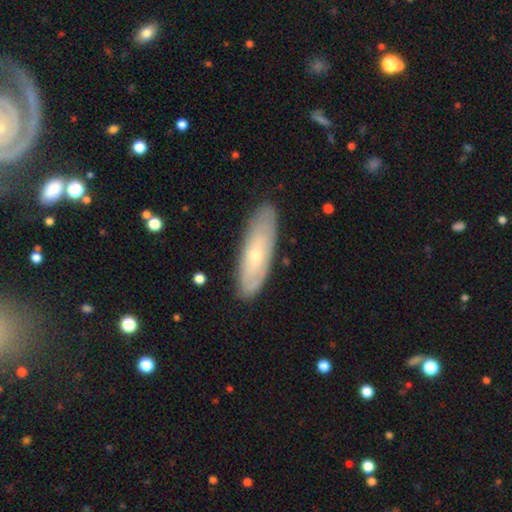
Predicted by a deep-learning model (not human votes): The model was most divided on "how rounded": in between: 54%, cigar-shaped: 44%, round: 2%. More confident: merging — none (83%); smooth or featured — smooth (53%).